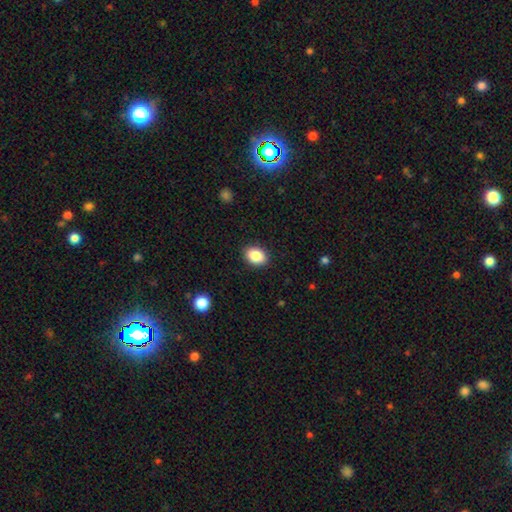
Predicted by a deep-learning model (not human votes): Overall: smooth (87%). How rounded: in between (74%). Merging: none (89%).